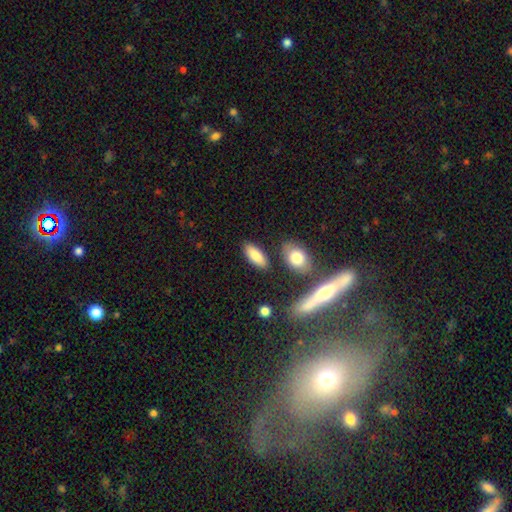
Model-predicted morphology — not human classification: smooth_or_featured: smooth (p=0.83) [alt: featured or disk p=0.09]
how_rounded: in between (p=0.80) [alt: cigar-shaped p=0.17]
merging: none (p=0.82) [alt: minor disturbance p=0.11]